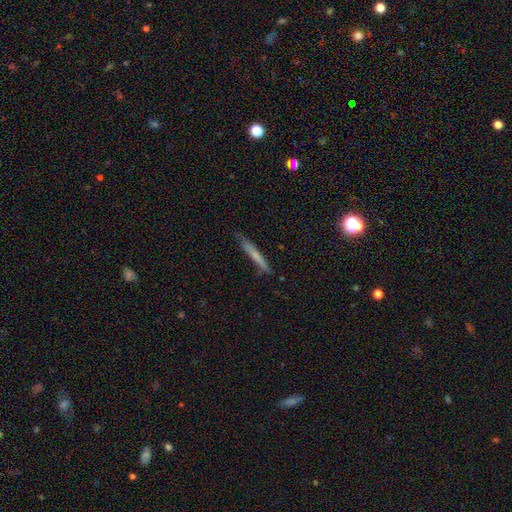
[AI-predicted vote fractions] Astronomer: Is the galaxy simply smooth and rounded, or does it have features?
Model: smooth — 64%.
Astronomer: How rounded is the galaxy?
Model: cigar-shaped — 95%.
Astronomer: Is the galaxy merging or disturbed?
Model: none — 80%.